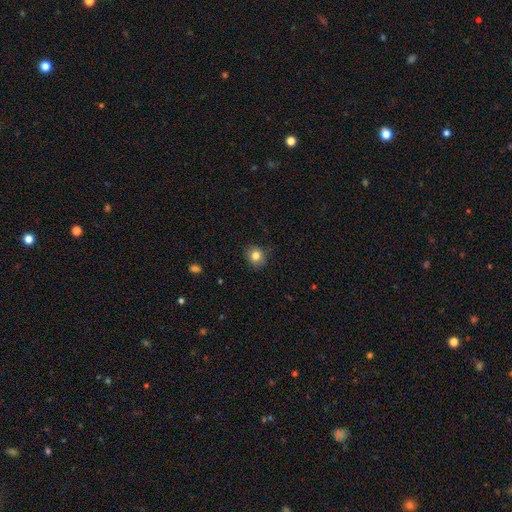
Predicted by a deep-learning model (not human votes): A smooth galaxy with no disk features (82%) that is round (79%). Merging: none (88%).